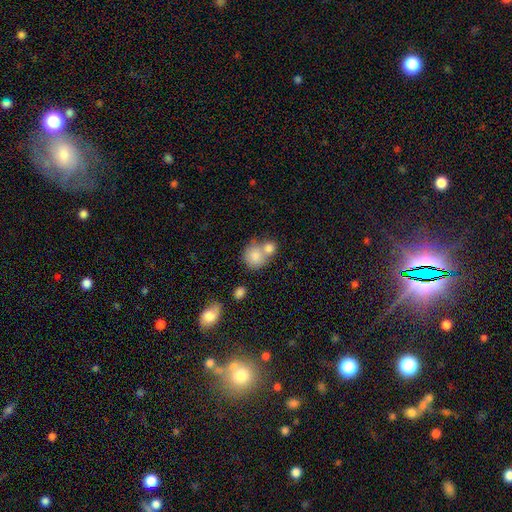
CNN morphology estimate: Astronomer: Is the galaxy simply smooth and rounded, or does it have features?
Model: smooth — 81%.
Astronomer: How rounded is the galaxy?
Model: round — 77%.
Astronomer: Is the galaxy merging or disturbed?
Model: merger — 54% (runner-up: none, 33%).